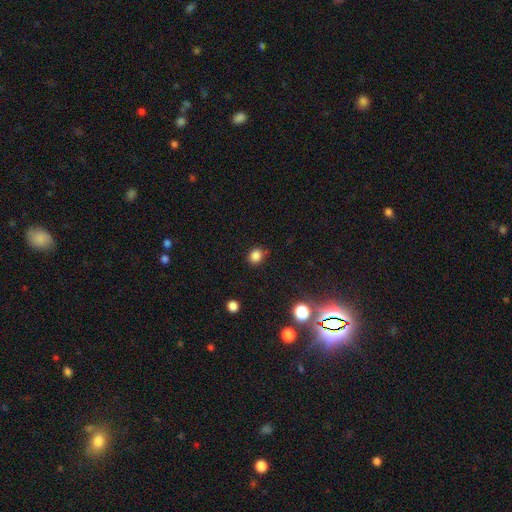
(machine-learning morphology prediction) This is clearly a smooth galaxy (83%). How rounded: likely round (68%). Merging: clearly none (83%).